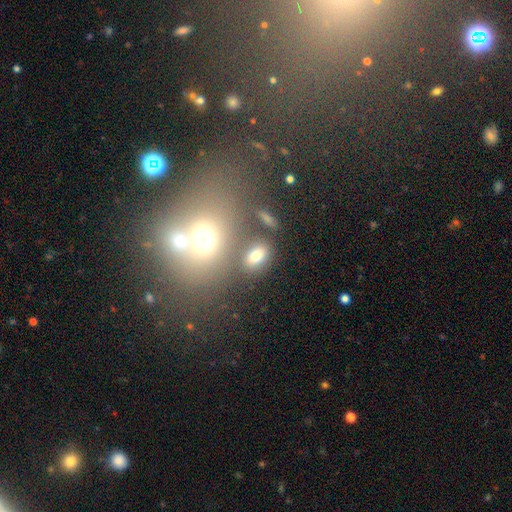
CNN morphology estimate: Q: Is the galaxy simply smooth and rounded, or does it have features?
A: smooth — 72%.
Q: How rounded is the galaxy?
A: in between — 73%.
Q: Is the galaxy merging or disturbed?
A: none — 65%.